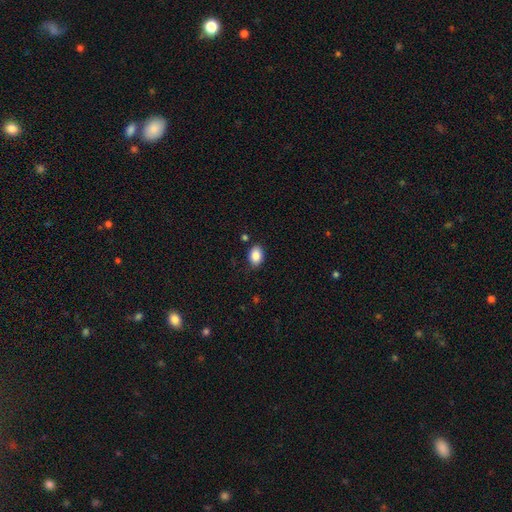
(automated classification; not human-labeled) smooth 87%, star or artifact 8%, featured or disk 5%. Down the decision tree: how rounded — in between (80%); merging — none (83%).